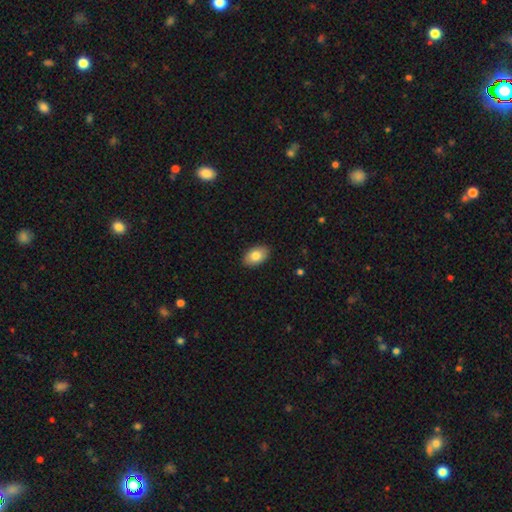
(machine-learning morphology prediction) smooth_or_featured: smooth (p=0.82) [alt: featured or disk p=0.11]
how_rounded: in between (p=0.92) [alt: round p=0.07]
merging: none (p=0.89) [alt: minor disturbance p=0.09]